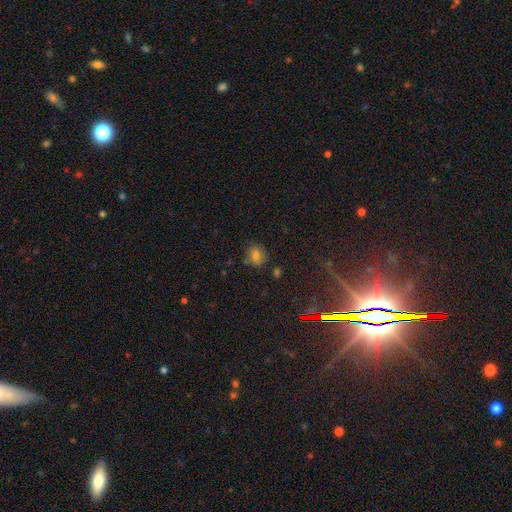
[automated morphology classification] Smooth or featured? smooth (73%)
How rounded? round (67%)
Merging? none (76%)